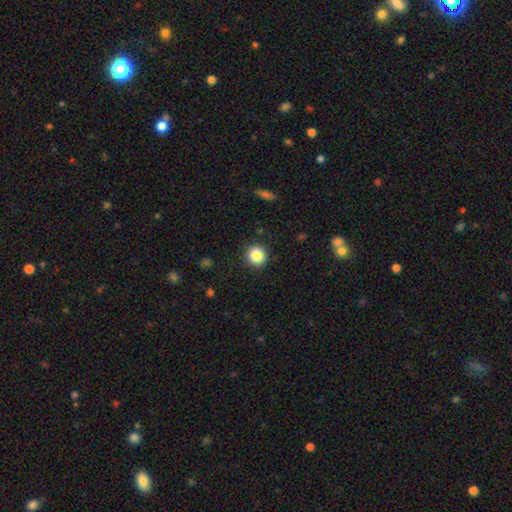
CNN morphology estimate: Smooth or featured? Predicted: smooth (p=0.87). How rounded? Predicted: round (p=0.93). Merging? Predicted: none (p=0.89).